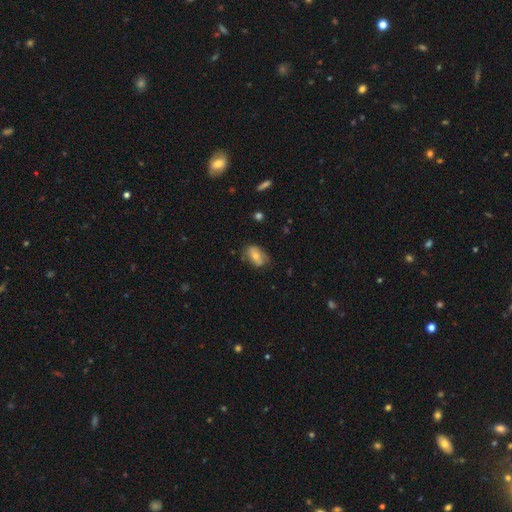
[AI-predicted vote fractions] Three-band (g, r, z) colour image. It shows a smooth galaxy with no disk features (61%) that is in between round and cigar-shaped (87%). Merging: none (63%).